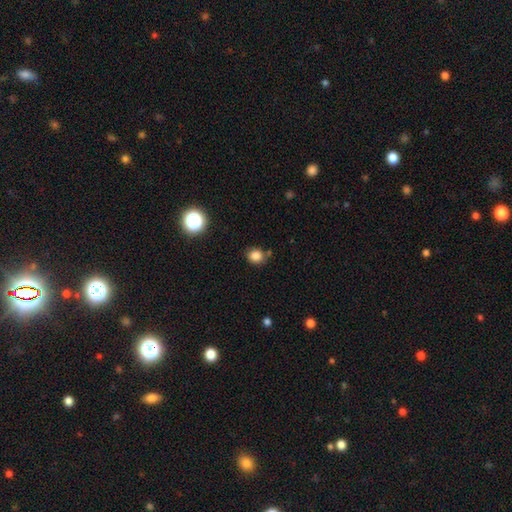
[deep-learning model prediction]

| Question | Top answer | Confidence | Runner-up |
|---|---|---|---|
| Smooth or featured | smooth | 83% | star or artifact (13%) |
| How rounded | round | 76% | in between (23%) |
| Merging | none | 77% | minor disturbance (13%) |